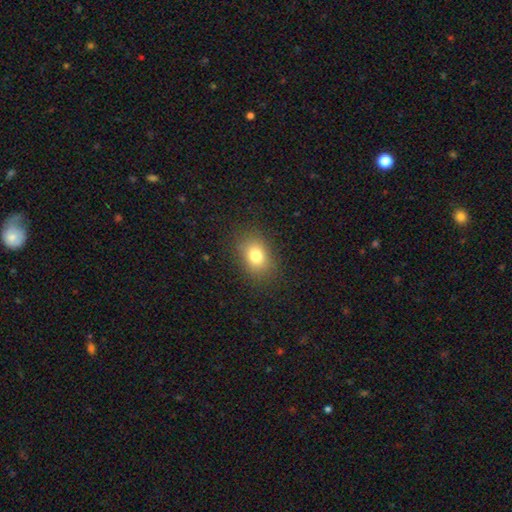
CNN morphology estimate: Overall: smooth (78%). How rounded: in between (66%; round 33%). Merging: none (84%).